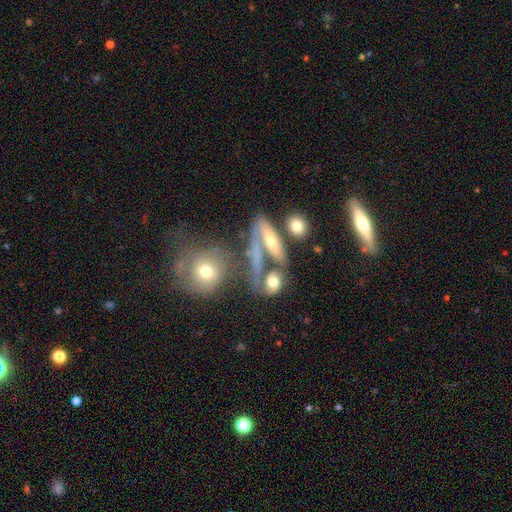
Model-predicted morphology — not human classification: featured or disk 48%, smooth 38%, star or artifact 14%. Down the decision tree: merging — none (37%).